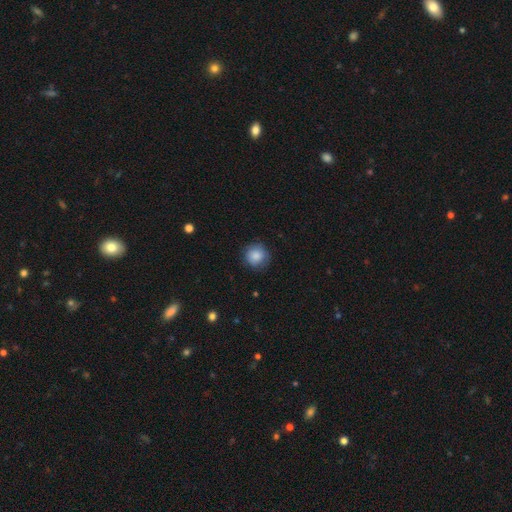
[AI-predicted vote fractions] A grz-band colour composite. It shows a smooth galaxy with no disk features (85%) that is round (92%). Merging: none (81%).